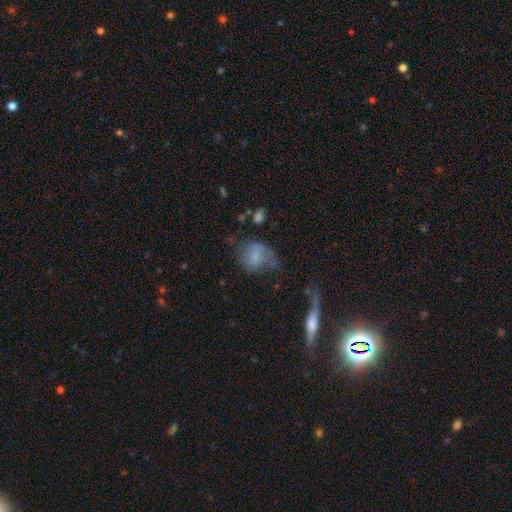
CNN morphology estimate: The model was most divided on "how rounded" (2-way tie): round: 49%, in between: 49%, cigar-shaped: 2%. Remaining: smooth or featured — smooth (56%); merging — none (35%).